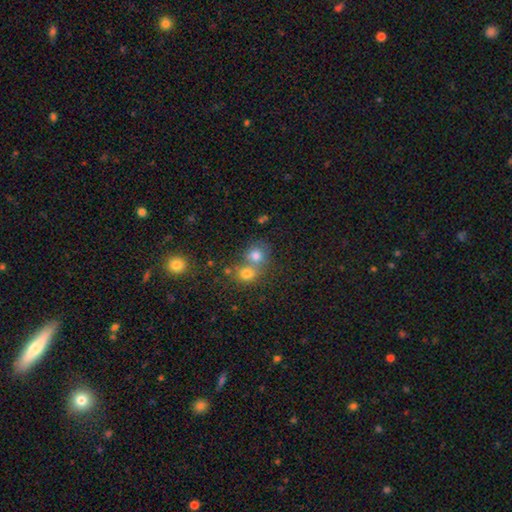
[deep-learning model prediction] smooth_or_featured: smooth (p=0.74) [alt: star or artifact p=0.14]
how_rounded: round (p=0.77) [alt: in between p=0.22]
merging: merger (p=0.56) [alt: none p=0.35]